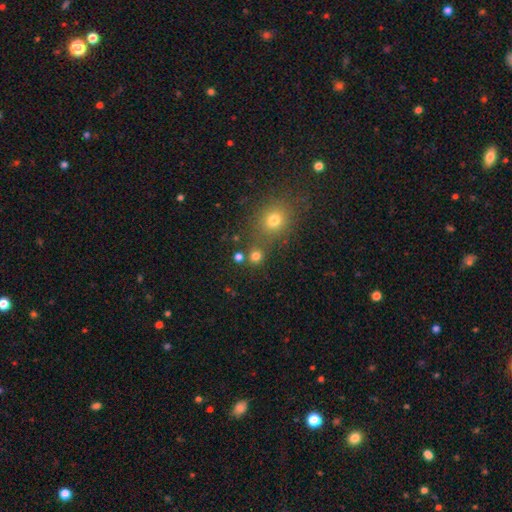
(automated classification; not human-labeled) Q: Smooth or featured?
A: smooth (76%); runner-up: star or artifact (18%)
Q: How rounded?
A: round (90%); runner-up: in between (9%)
Q: Merging?
A: none (71%); runner-up: merger (18%)